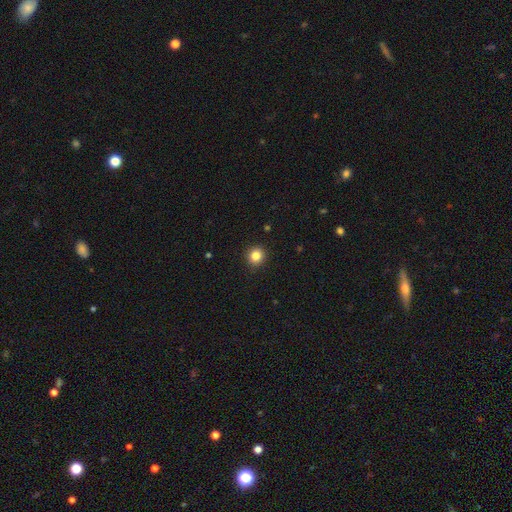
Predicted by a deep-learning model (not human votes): Smooth or featured: smooth — 84% (star or artifact — 11%)
How rounded: round — 89% (in between — 10%)
Merging: none — 92% (minor disturbance — 5%)